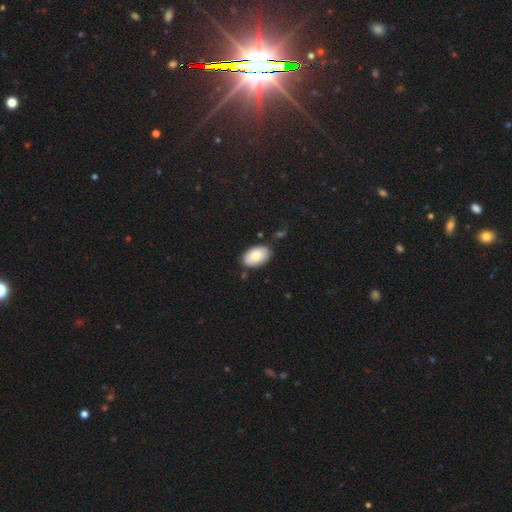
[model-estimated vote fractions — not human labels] A smooth galaxy with no disk features (82%) that is in between round and cigar-shaped (94%).

Vote fractions:
- Smooth or featured? smooth: 82% / featured or disk: 11% / star or artifact: 6%
- How rounded? in between: 94% / round: 5% / cigar-shaped: 1%
- Merging? none: 77% / minor disturbance: 16% / merger: 4% / major disturbance: 3%